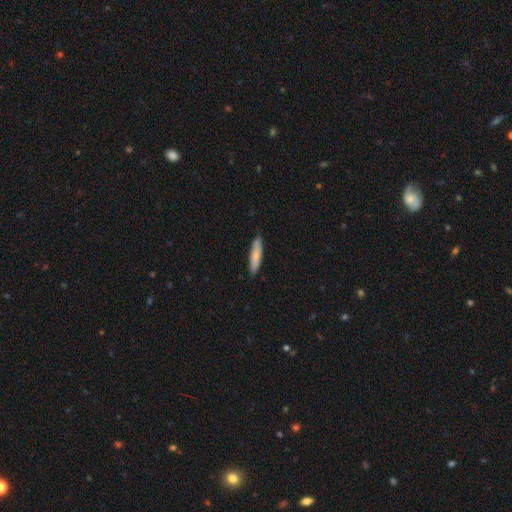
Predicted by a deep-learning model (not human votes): A smooth galaxy with no disk features (77%) that is cigar-shaped (84%).

Vote fractions:
- Smooth or featured? smooth: 77% / featured or disk: 17% / star or artifact: 6%
- How rounded? cigar-shaped: 84% / in between: 15% / round: 1%
- Merging? none: 87% / minor disturbance: 10% / major disturbance: 2% / merger: 1%